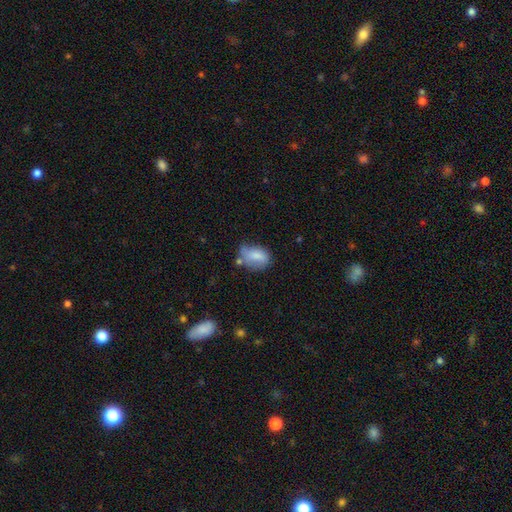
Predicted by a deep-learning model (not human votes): The model was most divided on "merging": none: 42%, minor disturbance: 34%, major disturbance: 14%, merger: 10%. More confident: how rounded — in between (82%); smooth or featured — smooth (75%).